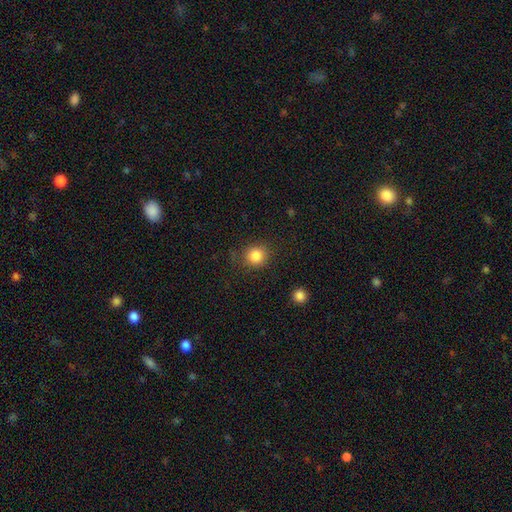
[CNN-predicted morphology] Q: Smooth or featured?
A: smooth (84%); runner-up: star or artifact (11%)
Q: How rounded?
A: round (88%); runner-up: in between (11%)
Q: Merging?
A: none (83%); runner-up: minor disturbance (11%)